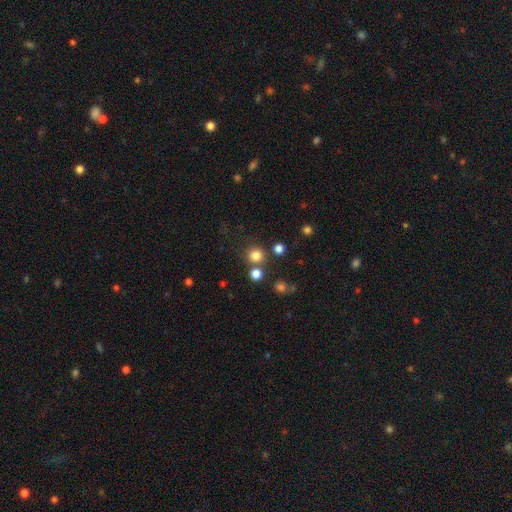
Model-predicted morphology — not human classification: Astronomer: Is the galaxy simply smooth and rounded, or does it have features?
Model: smooth — 80%.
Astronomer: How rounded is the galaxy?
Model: round — 92%.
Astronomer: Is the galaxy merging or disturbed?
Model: none — 78%.